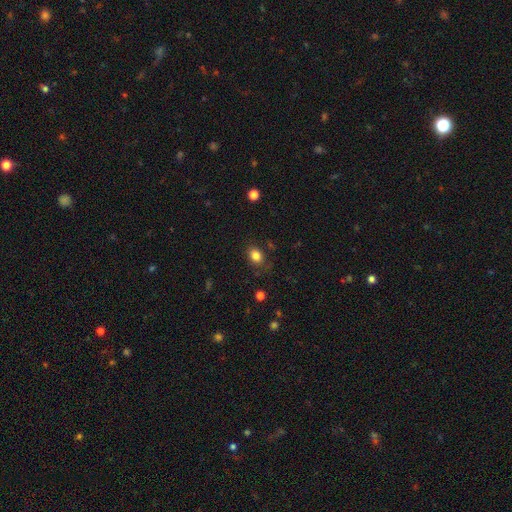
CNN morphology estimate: A smooth galaxy with no disk features (82%) that is in between round and cigar-shaped (62%). Merging: none (78%).